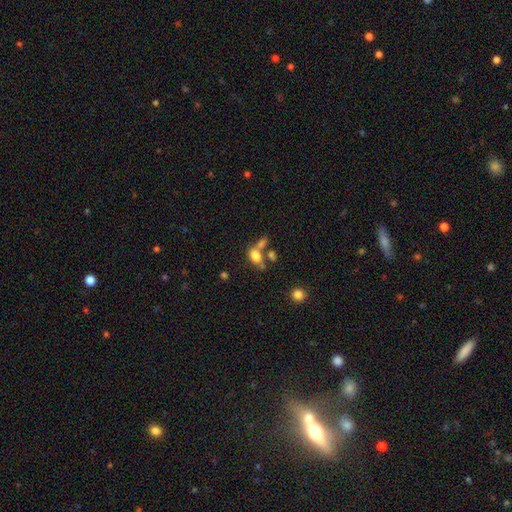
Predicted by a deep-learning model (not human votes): smooth_or_featured: smooth (p=0.76) [alt: featured or disk p=0.13]
how_rounded: in between (p=0.82) [alt: round p=0.15]
merging: merger (p=0.41) [alt: none p=0.38]